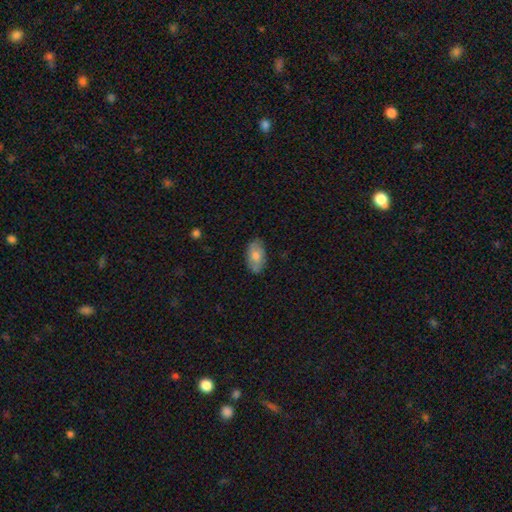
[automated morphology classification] A smooth galaxy with no disk features (71%) that is in between round and cigar-shaped (93%). Merging: none (83%).